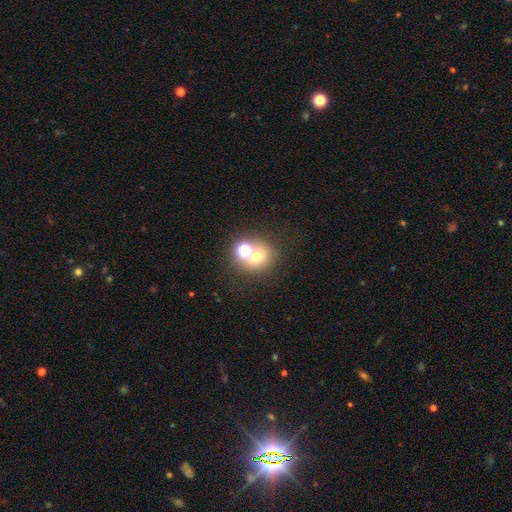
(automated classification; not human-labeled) A smooth galaxy with no disk features (61%) that is round (84%). Merging: none (54%).